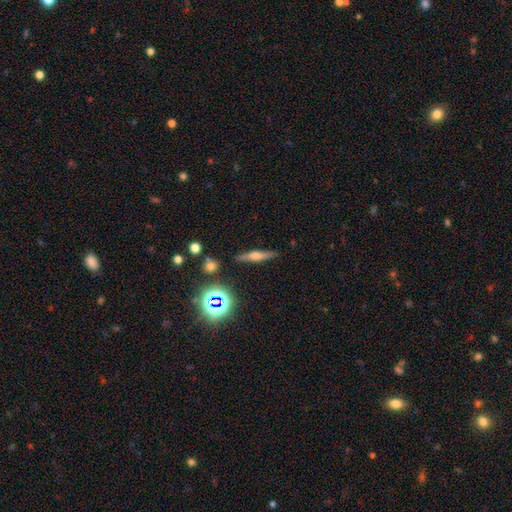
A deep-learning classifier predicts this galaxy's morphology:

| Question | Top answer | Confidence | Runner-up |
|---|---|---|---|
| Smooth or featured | featured or disk | 50% | smooth (36%) |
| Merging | none | 87% | minor disturbance (9%) |